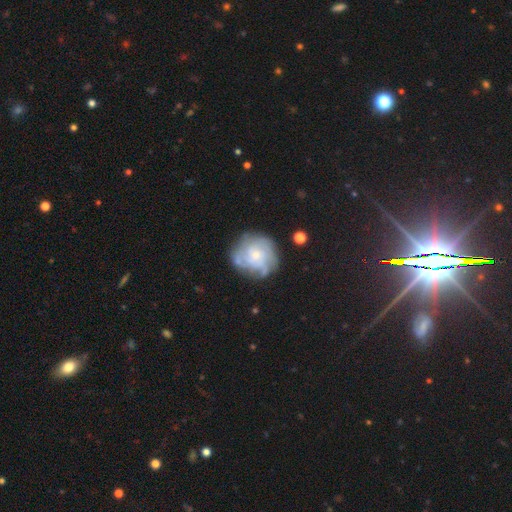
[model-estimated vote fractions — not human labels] Morphology: type=featured or disk (74%); edge-on=no (98%); bar=no (80%); spiral arms=yes (87%); winding=tight (58%); arm count=can't tell (38%); bulge=small (68%); merging=none (71%).